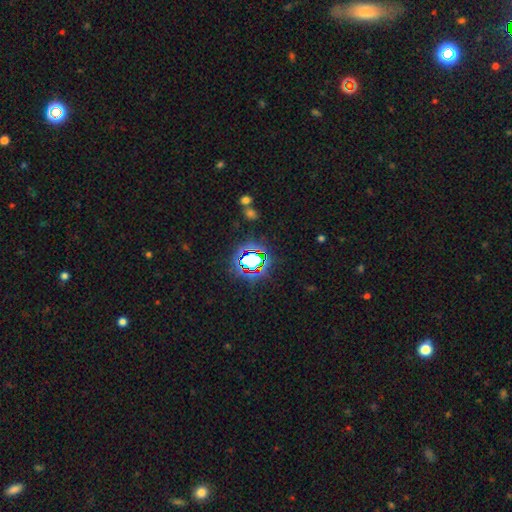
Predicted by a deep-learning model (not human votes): Smooth or featured?
  - star or artifact: 70% *
  - smooth: 20%
  - featured or disk: 10%